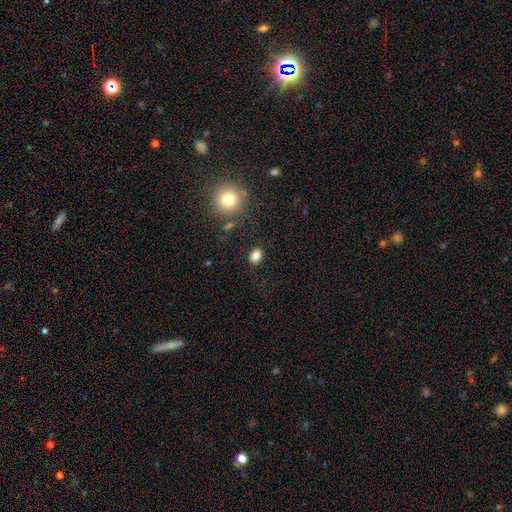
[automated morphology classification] Smooth or featured: smooth — 83% (star or artifact — 11%)
How rounded: in between — 68% (round — 31%)
Merging: none — 84% (minor disturbance — 10%)